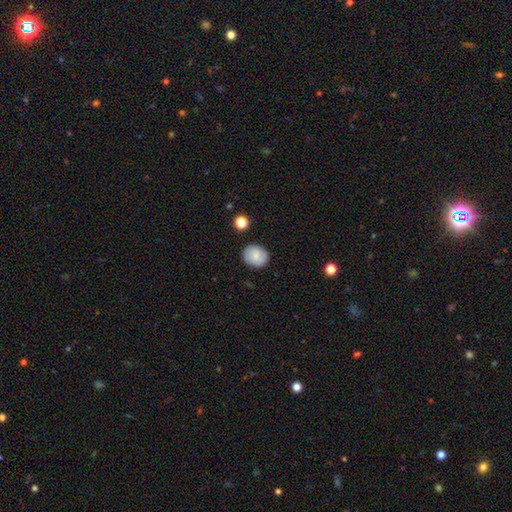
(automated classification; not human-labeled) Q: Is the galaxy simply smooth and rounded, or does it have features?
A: smooth — 82%.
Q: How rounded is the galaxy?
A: round — 64%.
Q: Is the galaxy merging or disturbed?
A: none — 86%.